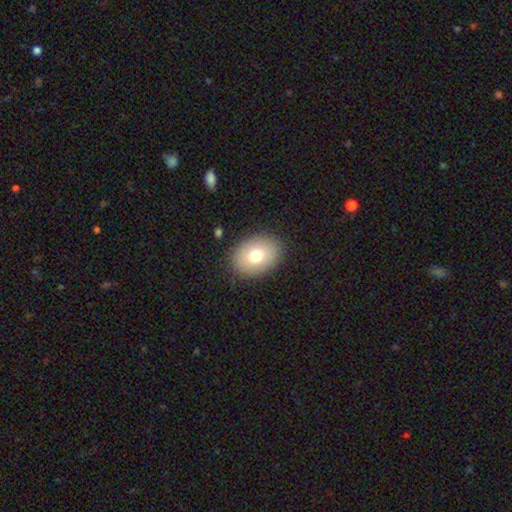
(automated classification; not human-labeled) smooth_or_featured: smooth (p=0.74) [alt: featured or disk p=0.17]
how_rounded: in between (p=0.70) [alt: round p=0.29]
merging: none (p=0.86) [alt: minor disturbance p=0.09]